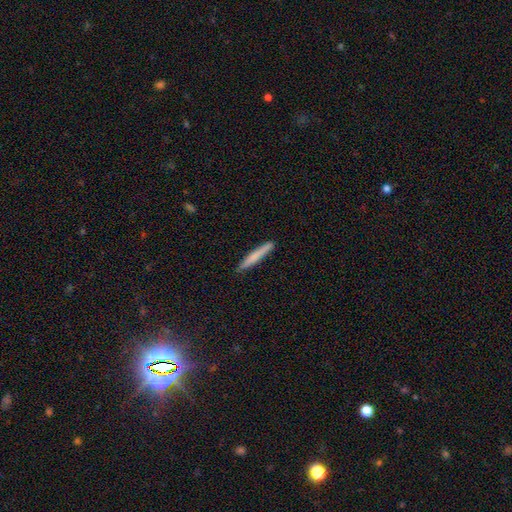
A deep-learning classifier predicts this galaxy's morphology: Q: Smooth or featured?
A: smooth (70%); runner-up: featured or disk (24%)
Q: How rounded?
A: cigar-shaped (96%); runner-up: in between (3%)
Q: Merging?
A: none (90%); runner-up: minor disturbance (7%)